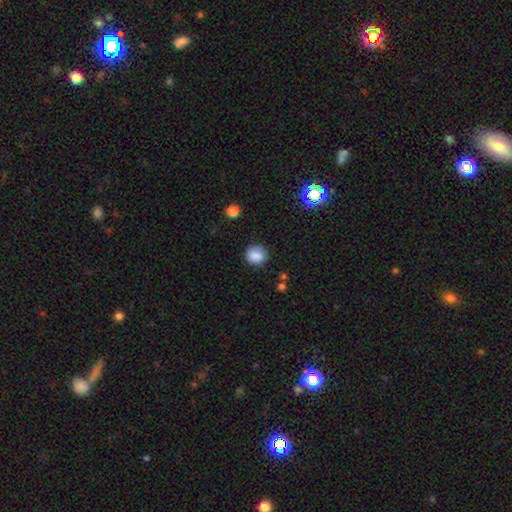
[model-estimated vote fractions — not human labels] smooth_or_featured: smooth (p=0.85) [alt: star or artifact p=0.10]
how_rounded: round (p=0.79) [alt: in between p=0.20]
merging: none (p=0.84) [alt: minor disturbance p=0.11]